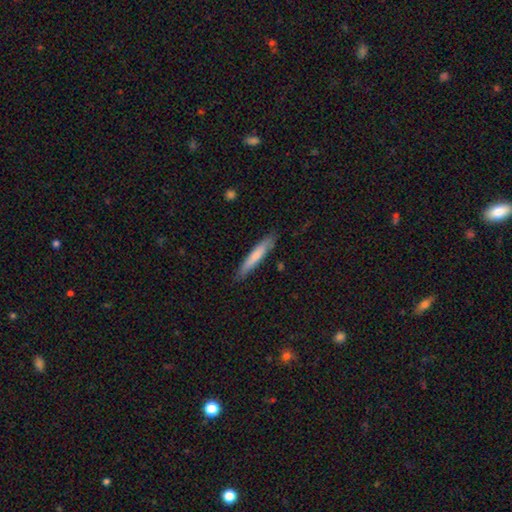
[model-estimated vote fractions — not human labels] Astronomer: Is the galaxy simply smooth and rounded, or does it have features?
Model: smooth — 72%.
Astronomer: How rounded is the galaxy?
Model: cigar-shaped — 92%.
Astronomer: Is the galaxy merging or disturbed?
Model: none — 85%.